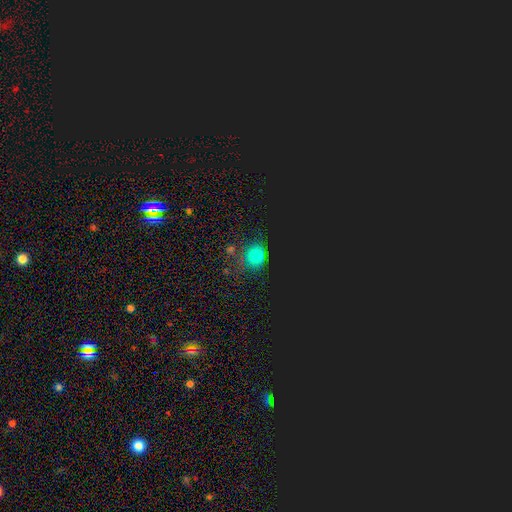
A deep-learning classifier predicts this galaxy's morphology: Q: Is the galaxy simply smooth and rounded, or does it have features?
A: smooth — 55%.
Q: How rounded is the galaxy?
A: round — 77%.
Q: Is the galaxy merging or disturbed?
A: none — 72%.